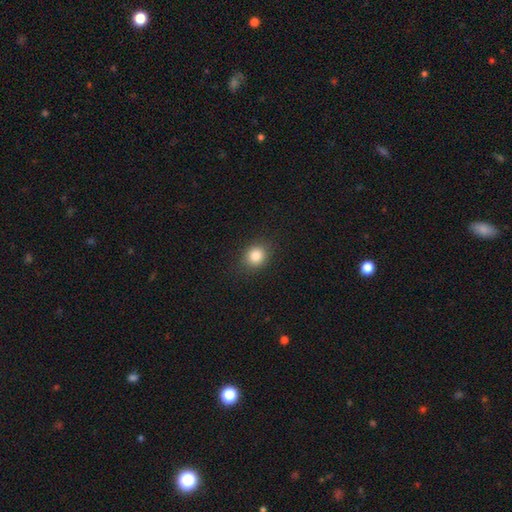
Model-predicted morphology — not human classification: Overall: smooth (85%). How rounded: round (69%; in between 30%). Merging: none (87%).